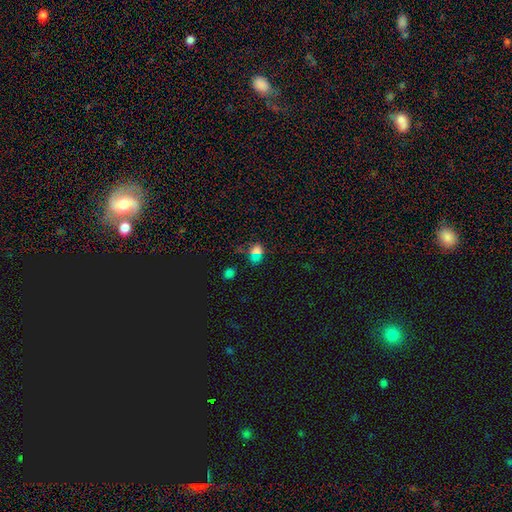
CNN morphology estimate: Q: Smooth or featured?
A: smooth (59%); runner-up: star or artifact (34%)
Q: How rounded?
A: in between (58%); runner-up: round (39%)
Q: Merging?
A: none (67%); runner-up: minor disturbance (18%)